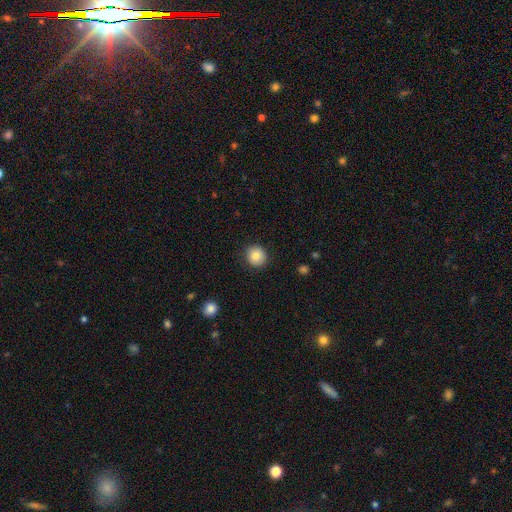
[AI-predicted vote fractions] The model was most divided on "smooth or featured": smooth: 82%, featured or disk: 9%, star or artifact: 9%. More confident: how rounded — round (90%); merging — none (89%).